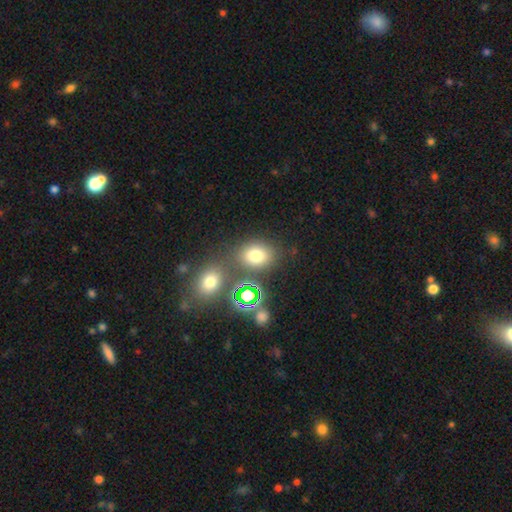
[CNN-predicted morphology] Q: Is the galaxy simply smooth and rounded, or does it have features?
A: smooth — 71%.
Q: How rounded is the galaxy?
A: in between — 57%.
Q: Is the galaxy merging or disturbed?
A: none — 72%.